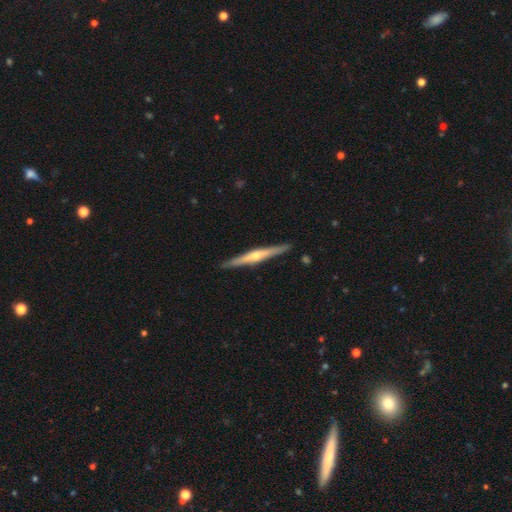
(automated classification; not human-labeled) smooth-or-featured: featured or disk: 73% | smooth: 22% | star or artifact: 5%
  disk-edge-on: yes: 97% | no: 3%
    edge-on-bulge: rounded: 88% | none: 8% | boxy: 4%
  merging: none: 91% | minor disturbance: 7% | major disturbance: 1% | merger: 1%